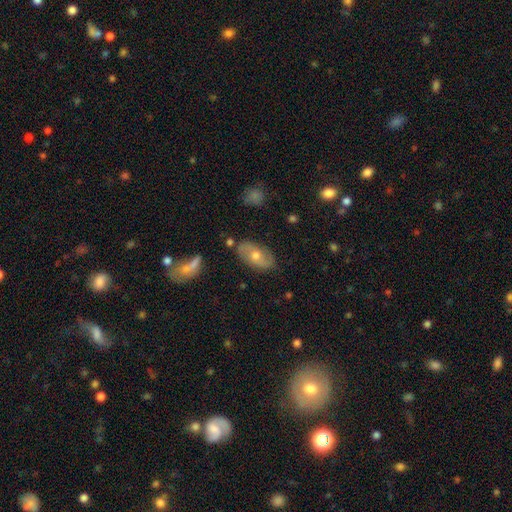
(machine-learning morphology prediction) type=featured or disk (47%); merging=none (78%).